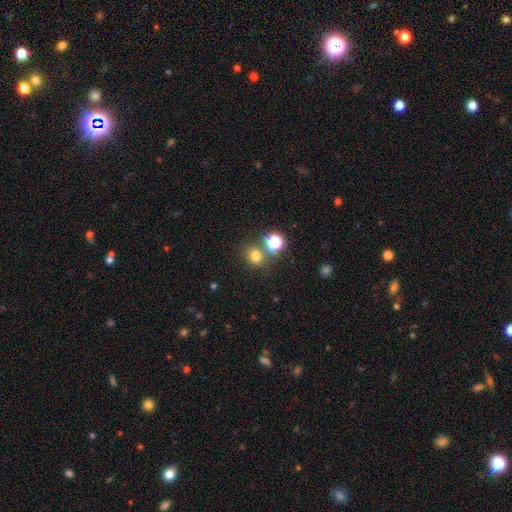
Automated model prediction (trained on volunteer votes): A smooth galaxy with no disk features (73%) that is round (71%).

Vote fractions:
- Smooth or featured? smooth: 73% / star or artifact: 20% / featured or disk: 7%
- How rounded? round: 71% / in between: 28% / cigar-shaped: 1%
- Merging? none: 69% / merger: 17% / minor disturbance: 10% / major disturbance: 4%